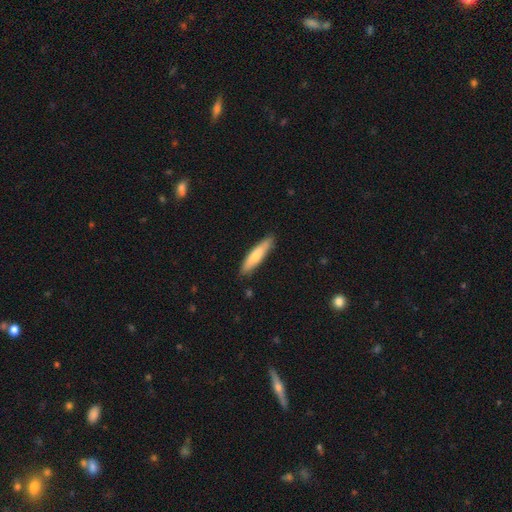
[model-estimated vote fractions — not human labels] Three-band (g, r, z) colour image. It shows a smooth galaxy with no disk features (72%) that is cigar-shaped (81%). Merging: none (85%).